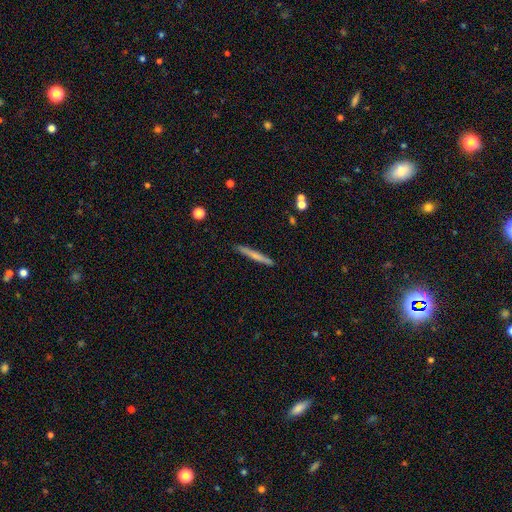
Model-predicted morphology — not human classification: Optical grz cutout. It shows a smooth galaxy with no disk features (58%) that is cigar-shaped (96%). Merging: none (89%).